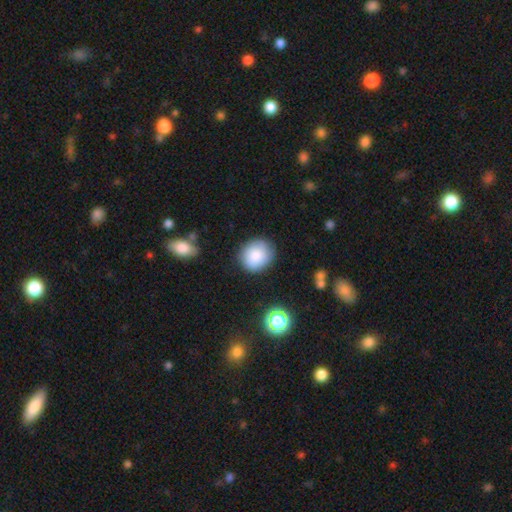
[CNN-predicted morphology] smooth_or_featured: smooth (p=0.83) [alt: featured or disk p=0.09]
how_rounded: round (p=0.75) [alt: in between p=0.24]
merging: none (p=0.81) [alt: minor disturbance p=0.14]